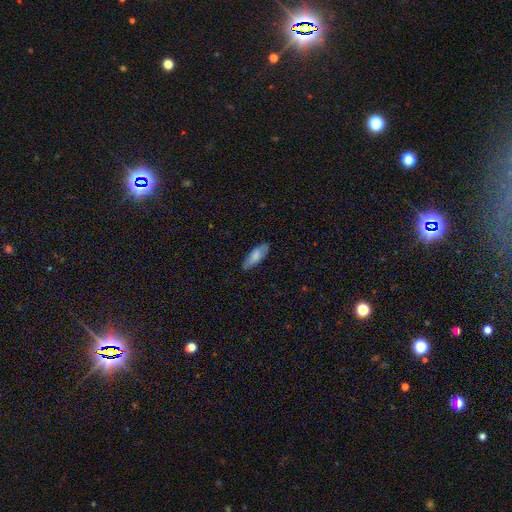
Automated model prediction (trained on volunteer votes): A smooth galaxy with no disk features (73%) that is in between round and cigar-shaped (67%).

Vote fractions:
- Smooth or featured? smooth: 73% / featured or disk: 21% / star or artifact: 6%
- How rounded? in between: 67% / cigar-shaped: 31% / round: 2%
- Merging? none: 82% / minor disturbance: 15% / major disturbance: 3% / merger: 1%